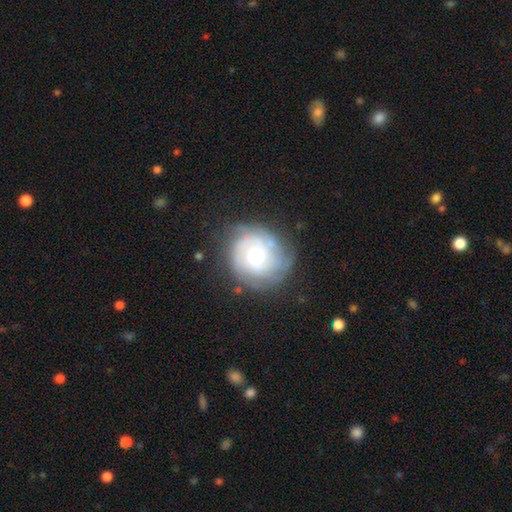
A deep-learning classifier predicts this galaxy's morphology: Smooth or featured?
  - featured or disk: 72% *
  - smooth: 21%
  - star or artifact: 7%
Edge-on disk?
  - no: 98% *
  - yes: 2%
Bar?
  - no: 77% *
  - weak: 19%
  - strong: 3%
Spiral arms?
  - yes: 90% *
  - no: 10%
Spiral winding?
  - tight: 67% *
  - medium: 26%
  - loose: 8%
Spiral arm count?
  - can't tell: 40% *
  - 3: 21%
  - 2: 18%
  - 4: 10%
  - 1: 5%
  - more than 4: 5%
Bulge size?
  - moderate: 58% *
  - small: 34%
  - large: 6%
  - none: 1%
  - dominant: 1%
Merging?
  - none: 72% *
  - minor disturbance: 18%
  - major disturbance: 8%
  - merger: 2%